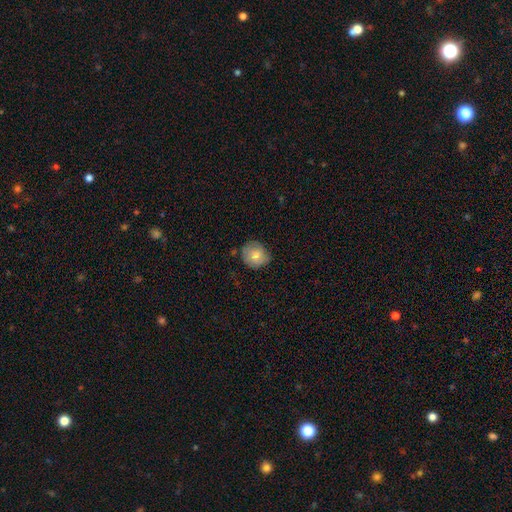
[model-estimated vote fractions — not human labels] A smooth galaxy with no disk features (75%) that is round (80%).

Vote fractions:
- Smooth or featured? smooth: 75% / featured or disk: 18% / star or artifact: 7%
- How rounded? round: 80% / in between: 20% / cigar-shaped: 1%
- Merging? none: 69% / minor disturbance: 25% / major disturbance: 4% / merger: 2%